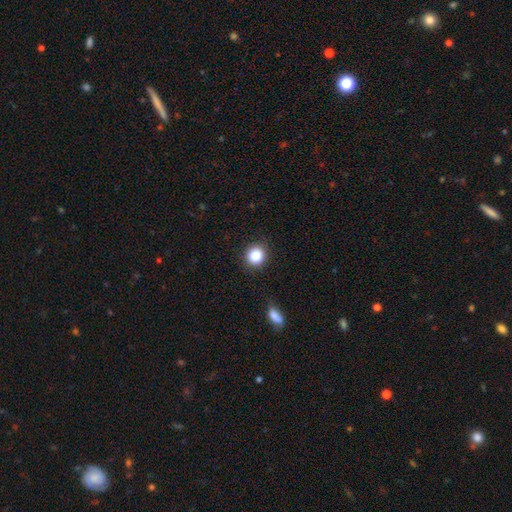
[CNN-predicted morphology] The model was most divided on "how rounded": round: 86%, in between: 13%, cigar-shaped: 1%. More confident: merging — none (88%); smooth or featured — smooth (86%).